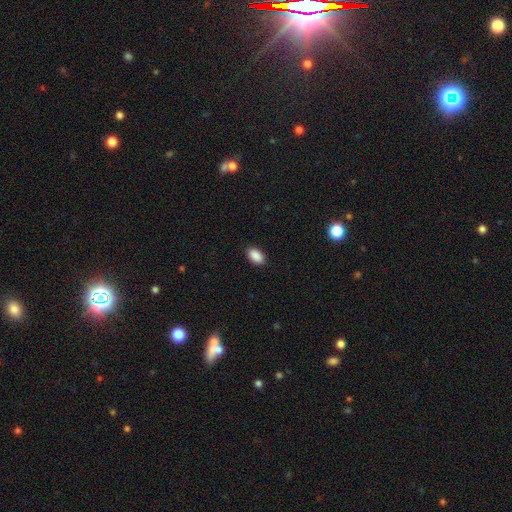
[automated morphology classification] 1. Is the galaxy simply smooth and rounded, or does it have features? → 90% smooth, 7% star or artifact, 3% featured or disk.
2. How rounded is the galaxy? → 93% in between, 5% round, 2% cigar-shaped.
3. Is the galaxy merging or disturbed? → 89% none, 8% minor disturbance, 2% major disturbance, 1% merger.